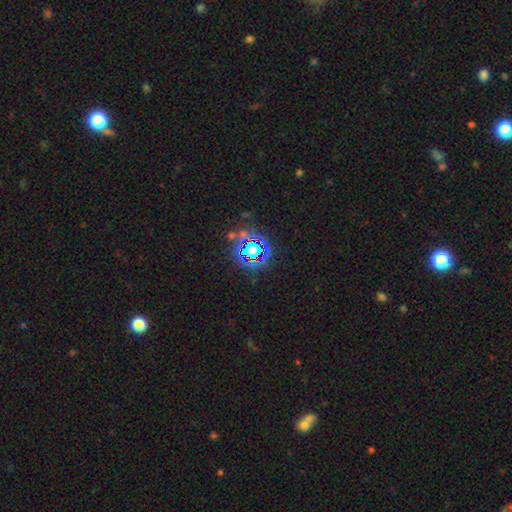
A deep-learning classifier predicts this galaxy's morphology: A star or artifact, not a galaxy (73%).

Vote fractions:
- Smooth or featured? star or artifact: 73% / smooth: 17% / featured or disk: 10%